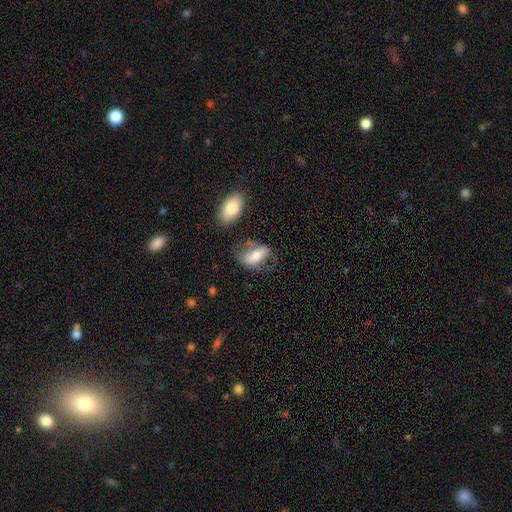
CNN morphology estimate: Smooth or featured? smooth (59%)
How rounded? in between (86%)
Merging? none (47%)